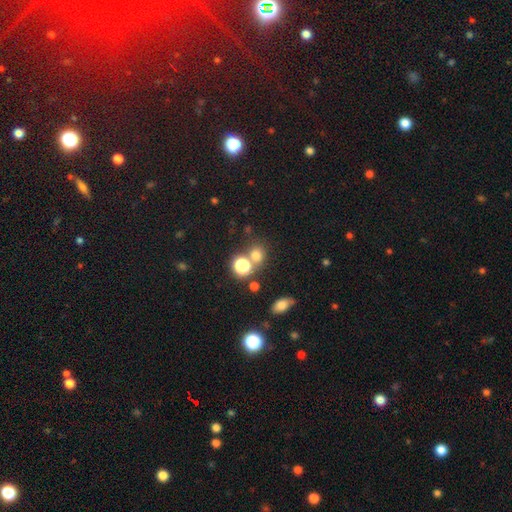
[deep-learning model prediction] A smooth galaxy with no disk features (70%) that is round (76%). Merging: none (62%).